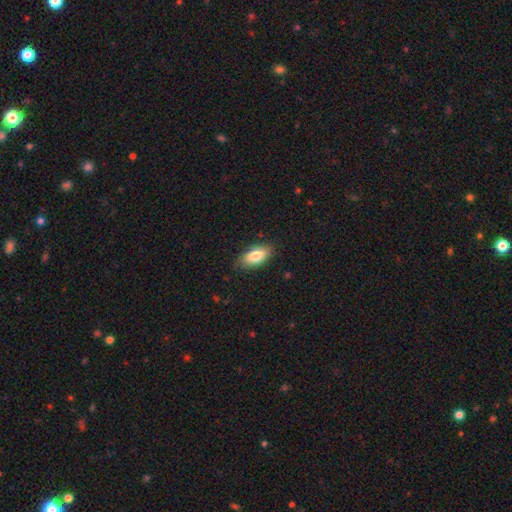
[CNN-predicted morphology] type=smooth (82%); roundness=in between (89%); merging=none (83%).